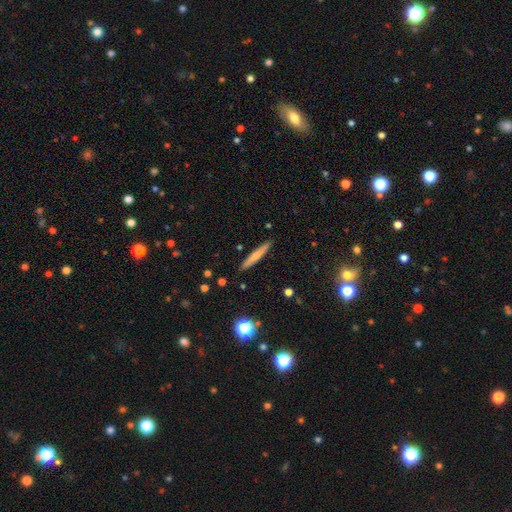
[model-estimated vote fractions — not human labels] Smooth or featured: smooth — 57% (featured or disk — 36%)
How rounded: cigar-shaped — 93% (in between — 5%)
Merging: none — 89% (minor disturbance — 8%)